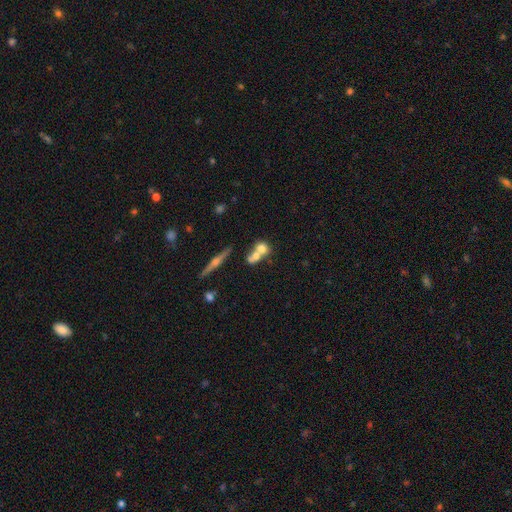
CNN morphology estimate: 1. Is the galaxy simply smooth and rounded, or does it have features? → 61% smooth, 29% featured or disk, 10% star or artifact.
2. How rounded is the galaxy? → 63% round, 32% in between, 5% cigar-shaped.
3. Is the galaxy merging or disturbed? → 59% merger, 31% none, 7% minor disturbance, 4% major disturbance.